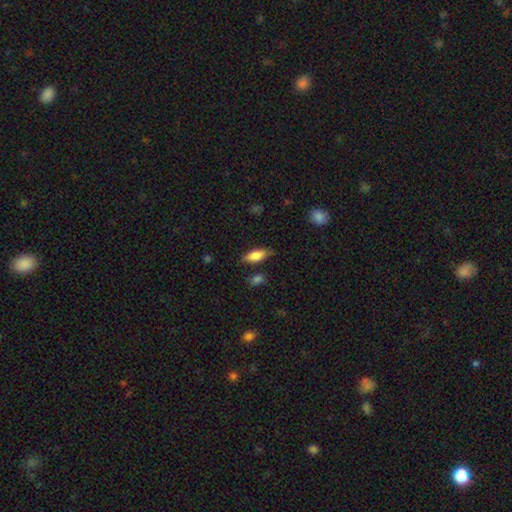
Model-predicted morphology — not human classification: smooth-or-featured: smooth: 78% | featured or disk: 16% | star or artifact: 7%
  how-rounded: in between: 73% | cigar-shaped: 25% | round: 2%
  merging: none: 75% | minor disturbance: 18% | major disturbance: 4% | merger: 3%